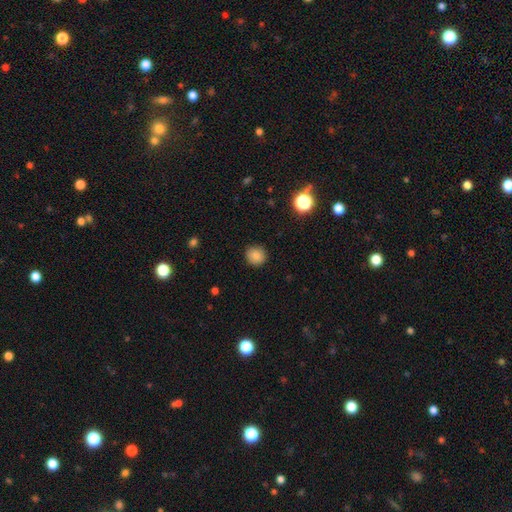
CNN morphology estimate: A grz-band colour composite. It shows a smooth galaxy with no disk features (85%) that is round (90%). Merging: none (91%).